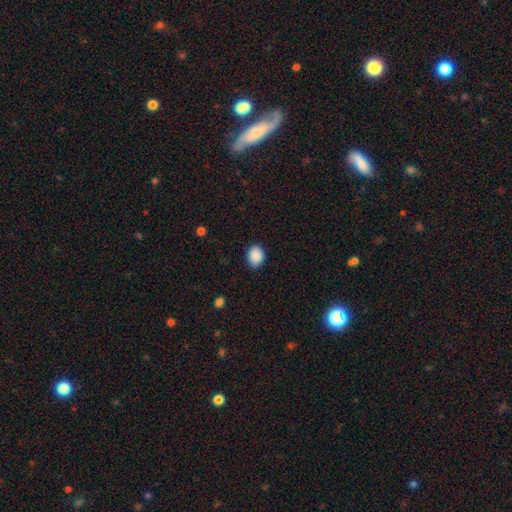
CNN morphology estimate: Smooth or featured? smooth (89%)
How rounded? in between (51%)
Merging? none (87%)